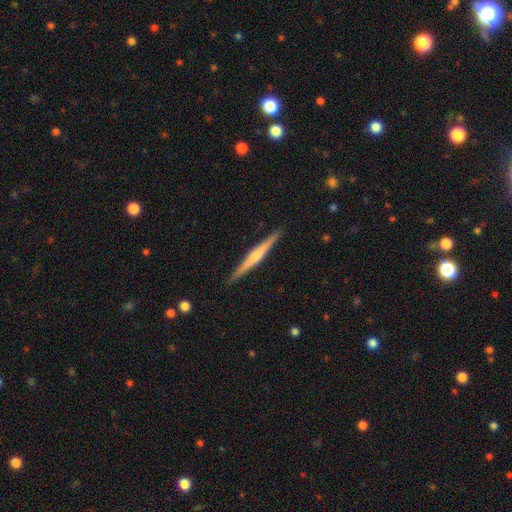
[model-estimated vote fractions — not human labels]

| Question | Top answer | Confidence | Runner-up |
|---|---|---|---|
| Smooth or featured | featured or disk | 70% | smooth (25%) |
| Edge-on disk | yes | 98% | no (2%) |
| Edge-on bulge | rounded | 67% | none (22%) |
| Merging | none | 92% | minor disturbance (6%) |